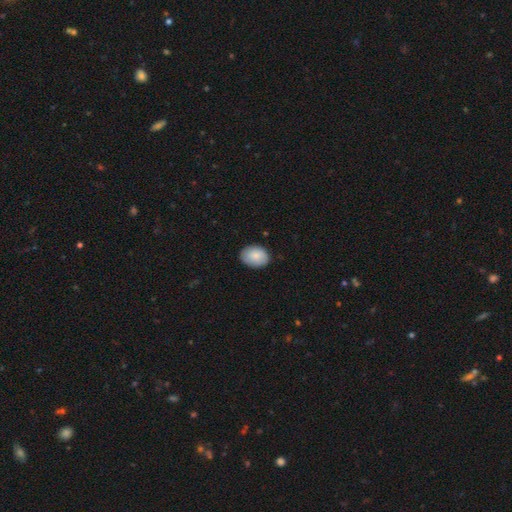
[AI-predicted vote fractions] smooth_or_featured: smooth (p=0.85) [alt: featured or disk p=0.08]
how_rounded: in between (p=0.71) [alt: round p=0.28]
merging: none (p=0.84) [alt: minor disturbance p=0.13]